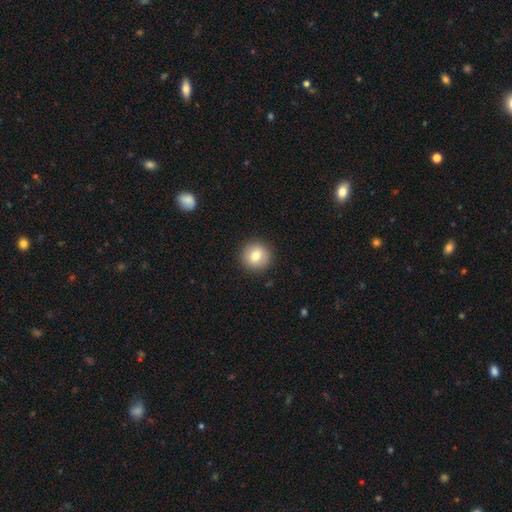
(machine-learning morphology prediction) Overall: smooth (78%). How rounded: round (93%). Merging: none (91%).